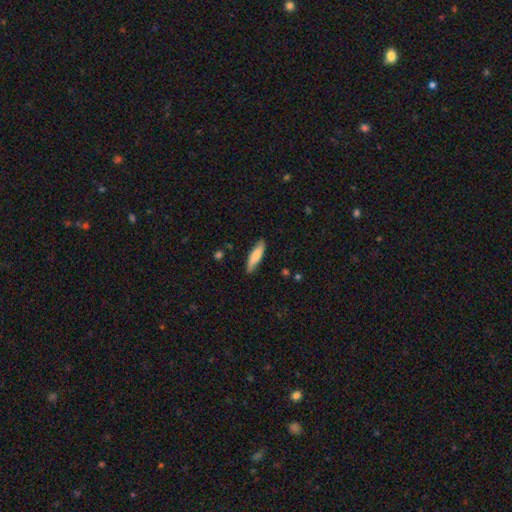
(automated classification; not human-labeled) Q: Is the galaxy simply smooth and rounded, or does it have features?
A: smooth — 74%.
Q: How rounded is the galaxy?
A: cigar-shaped — 67%.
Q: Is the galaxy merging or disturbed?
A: none — 85%.